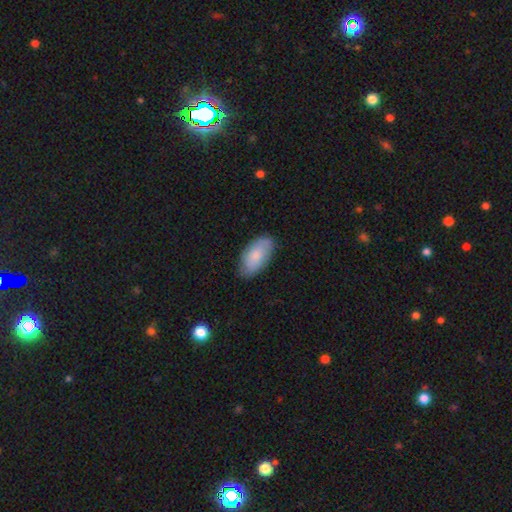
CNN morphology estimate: Overall: smooth (75%). How rounded: in between (94%). Merging: none (80%).